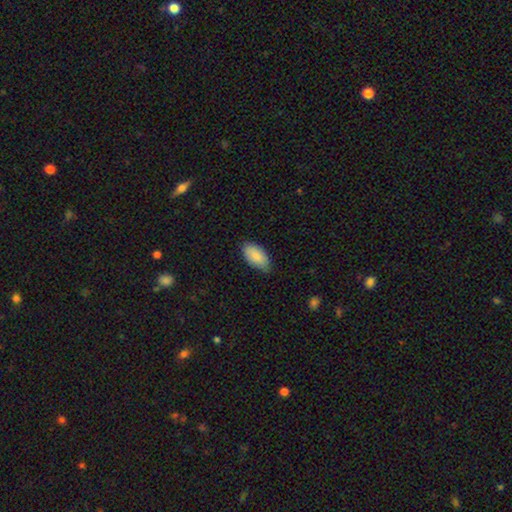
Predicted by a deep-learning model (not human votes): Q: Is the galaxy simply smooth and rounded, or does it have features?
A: smooth — 87%.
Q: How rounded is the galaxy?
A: in between — 94%.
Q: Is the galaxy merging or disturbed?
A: none — 74%.